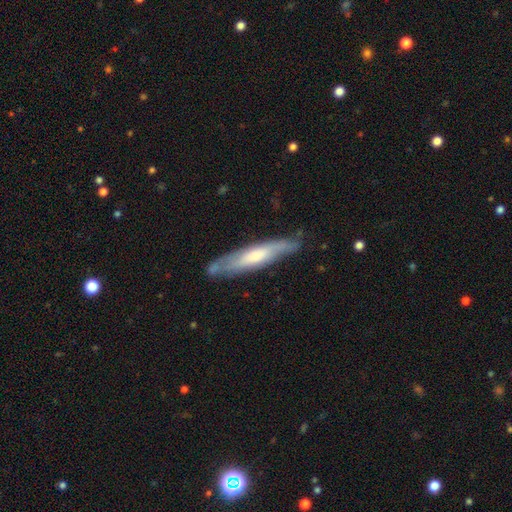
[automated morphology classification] Smooth or featured: featured or disk — 51% (smooth — 43%)
Edge-on disk: yes — 66% (no — 34%)
Merging: none — 75% (minor disturbance — 18%)